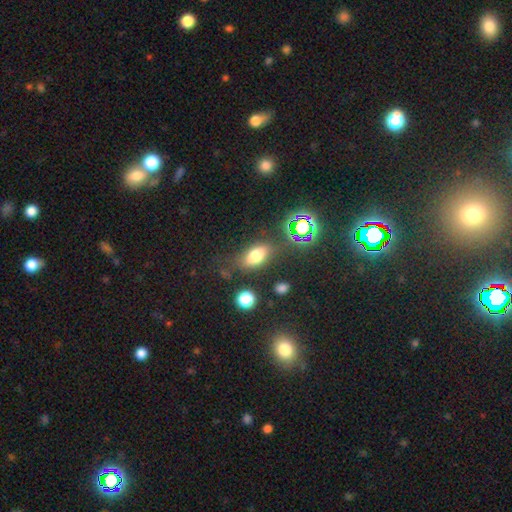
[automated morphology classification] Smooth or featured? Predicted: smooth (p=0.68). How rounded? Predicted: in between (p=0.79). Merging? Predicted: none (p=0.73).